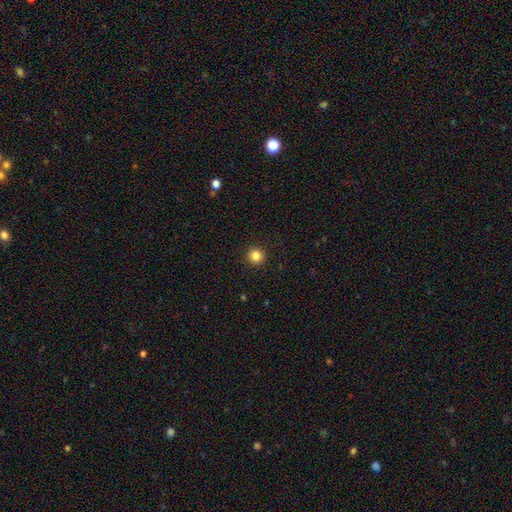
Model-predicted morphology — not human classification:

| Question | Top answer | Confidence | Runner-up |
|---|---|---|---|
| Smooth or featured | smooth | 84% | star or artifact (12%) |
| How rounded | round | 95% | in between (4%) |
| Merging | none | 93% | minor disturbance (5%) |